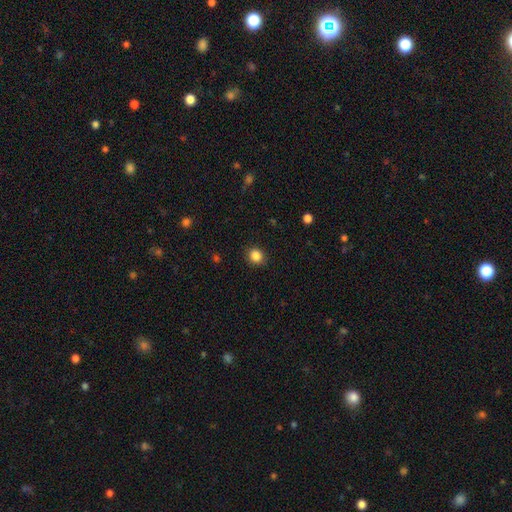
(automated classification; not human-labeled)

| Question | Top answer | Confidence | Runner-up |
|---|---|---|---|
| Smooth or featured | smooth | 86% | star or artifact (11%) |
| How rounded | round | 78% | in between (21%) |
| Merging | none | 89% | minor disturbance (8%) |